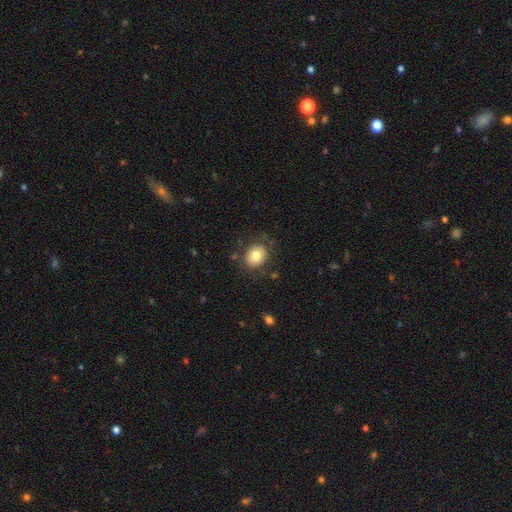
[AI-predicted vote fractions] smooth 77%, featured or disk 14%, star or artifact 9%. Down the decision tree: how rounded — round (67%); merging — none (81%).